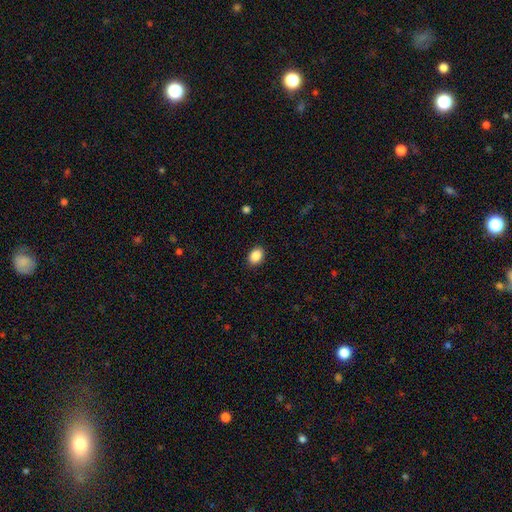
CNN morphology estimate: Smooth or featured? smooth (88%)
How rounded? in between (68%)
Merging? none (89%)